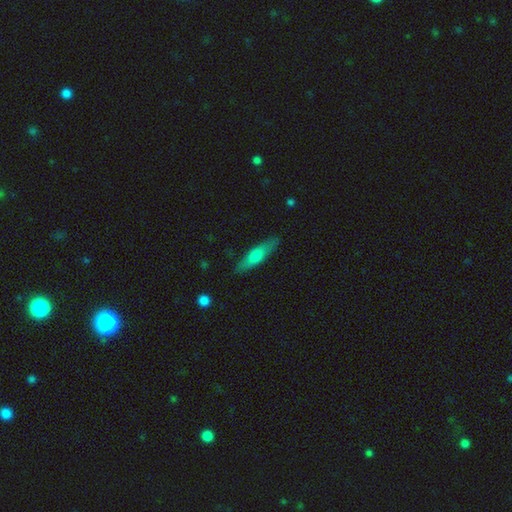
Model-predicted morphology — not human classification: Overall: smooth (59%; featured or disk 35%). How rounded: cigar-shaped (70%). Merging: none (84%).